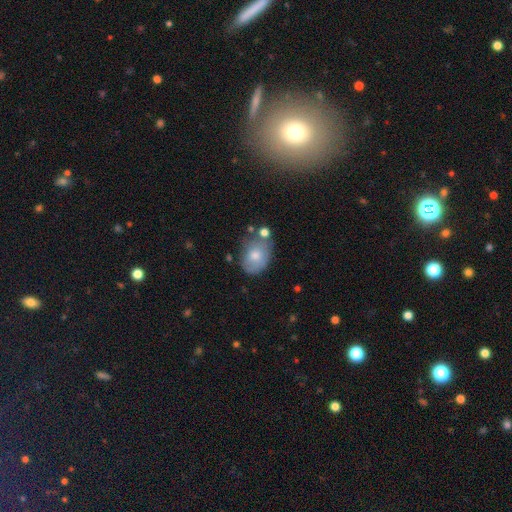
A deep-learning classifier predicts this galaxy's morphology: Smooth or featured?
  - smooth: 71% *
  - featured or disk: 22%
  - star or artifact: 7%
How rounded?
  - in between: 74% *
  - round: 25%
  - cigar-shaped: 1%
Merging?
  - none: 52% *
  - minor disturbance: 27%
  - merger: 11%
  - major disturbance: 9%